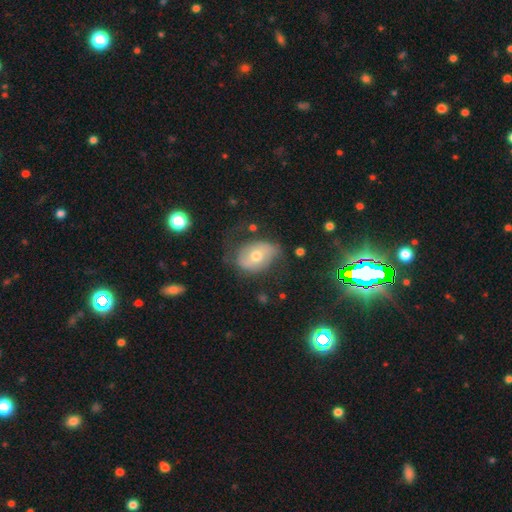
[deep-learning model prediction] Smooth or featured: featured or disk — 52% (smooth — 36%)
Edge-on disk: no — 94% (yes — 6%)
Merging: none — 56% (minor disturbance — 26%)